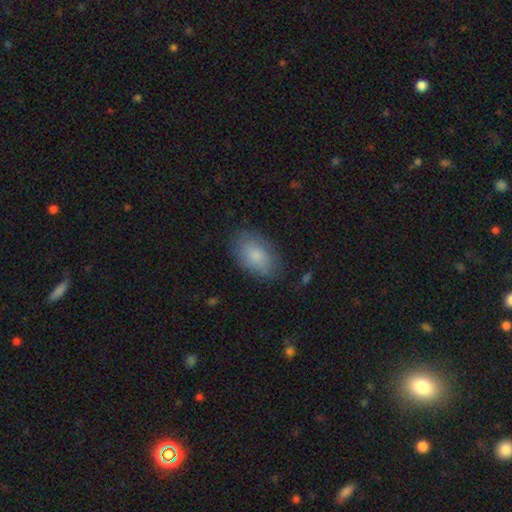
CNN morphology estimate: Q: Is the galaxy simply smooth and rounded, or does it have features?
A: smooth — 83%.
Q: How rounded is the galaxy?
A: in between — 91%.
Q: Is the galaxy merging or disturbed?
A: none — 80%.